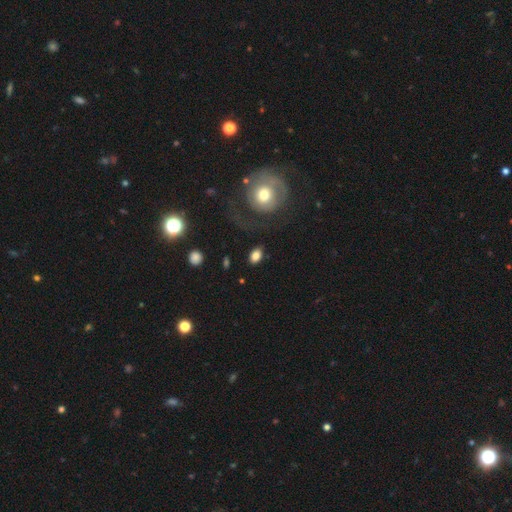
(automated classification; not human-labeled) A smooth galaxy with no disk features (80%) that is in between round and cigar-shaped (83%).

Vote fractions:
- Smooth or featured? smooth: 80% / featured or disk: 11% / star or artifact: 9%
- How rounded? in between: 83% / round: 14% / cigar-shaped: 2%
- Merging? none: 81% / minor disturbance: 11% / major disturbance: 6% / merger: 2%